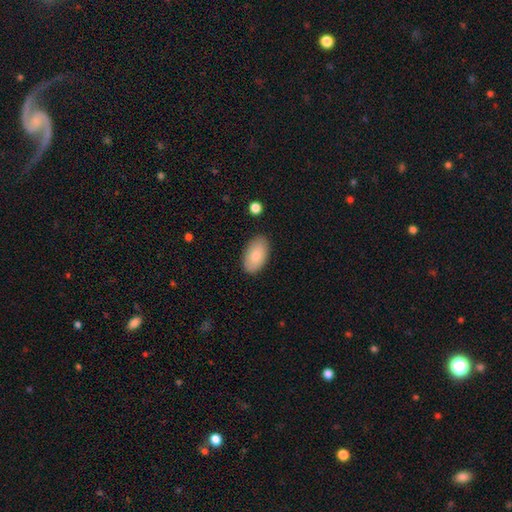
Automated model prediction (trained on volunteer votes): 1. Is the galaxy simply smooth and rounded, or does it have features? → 83% smooth, 11% featured or disk, 6% star or artifact.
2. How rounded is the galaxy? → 95% in between, 3% round, 2% cigar-shaped.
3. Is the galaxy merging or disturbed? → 85% none, 11% minor disturbance, 2% major disturbance, 1% merger.